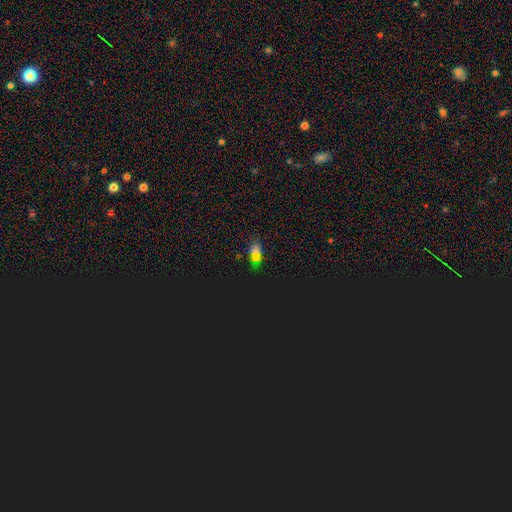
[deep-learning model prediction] smooth 47%, star or artifact 42%, featured or disk 10%. Down the decision tree: merging — none (73%).